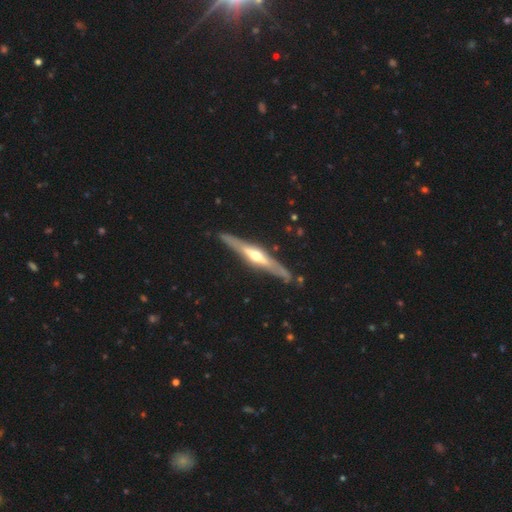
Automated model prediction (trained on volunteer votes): The model was most divided on "smooth or featured": featured or disk: 76%, smooth: 20%, star or artifact: 5%. More confident: edge-on disk — yes (93%); merging — none (85%); edge-on bulge — rounded (84%).